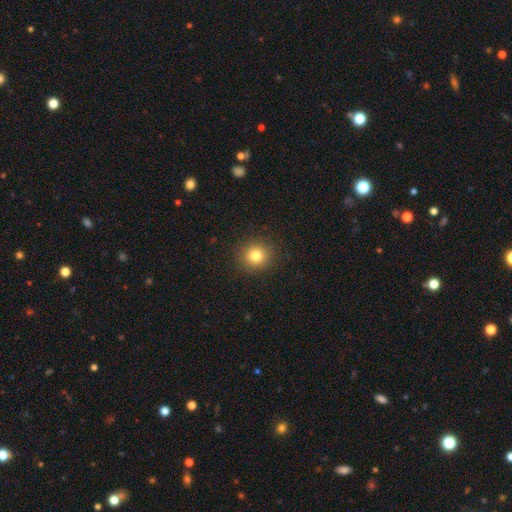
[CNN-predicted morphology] Smooth or featured?
  - smooth: 80% *
  - star or artifact: 13%
  - featured or disk: 7%
How rounded?
  - round: 90% *
  - in between: 9%
  - cigar-shaped: 1%
Merging?
  - none: 91% *
  - minor disturbance: 6%
  - major disturbance: 2%
  - merger: 1%